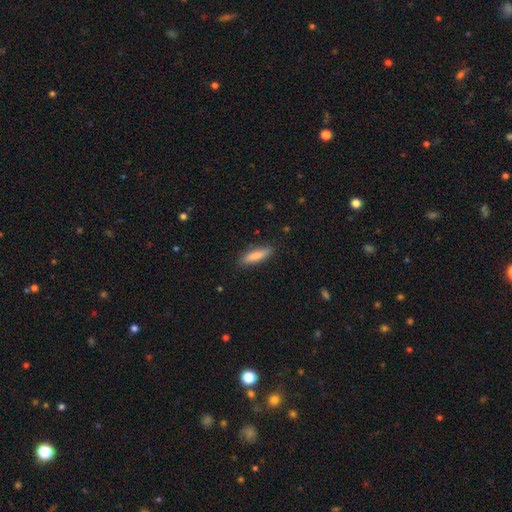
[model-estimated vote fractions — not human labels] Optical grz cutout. It shows a smooth galaxy with no disk features (79%) that is cigar-shaped (67%). Merging: none (87%).